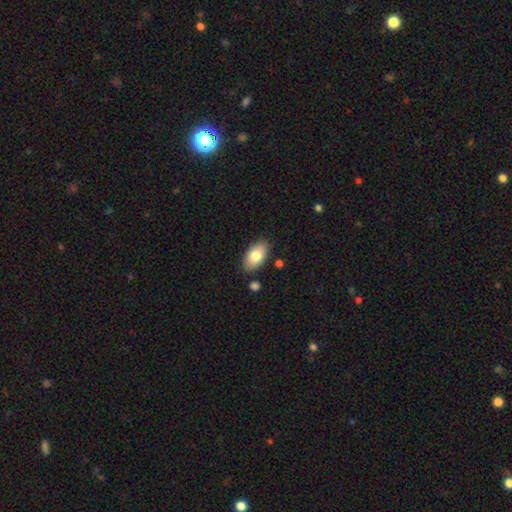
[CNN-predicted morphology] Smooth or featured?
  - smooth: 80% *
  - featured or disk: 13%
  - star or artifact: 7%
How rounded?
  - in between: 93% *
  - round: 4%
  - cigar-shaped: 2%
Merging?
  - none: 85% *
  - minor disturbance: 10%
  - merger: 3%
  - major disturbance: 2%